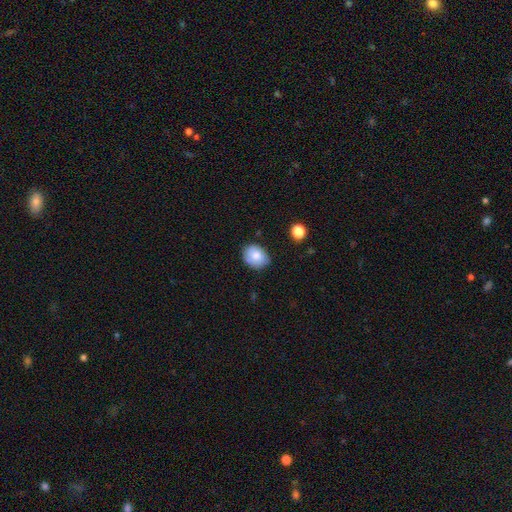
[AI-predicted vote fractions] Smooth or featured?
  - smooth: 73% *
  - featured or disk: 18%
  - star or artifact: 8%
How rounded?
  - round: 56% *
  - in between: 43%
  - cigar-shaped: 1%
Merging?
  - none: 74% *
  - minor disturbance: 20%
  - major disturbance: 4%
  - merger: 2%